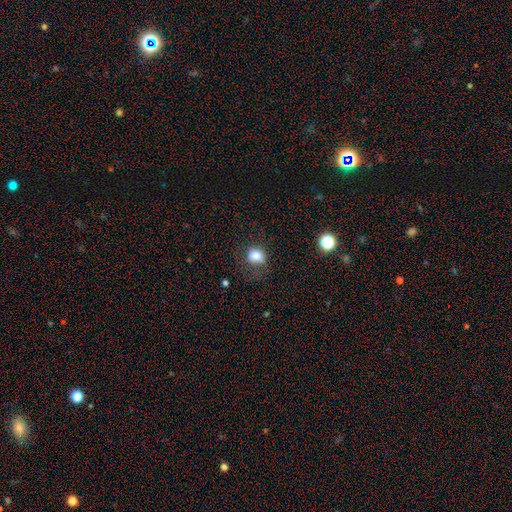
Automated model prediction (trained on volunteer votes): A smooth galaxy with no disk features (80%) that is round (63%).

Vote fractions:
- Smooth or featured? smooth: 80% / star or artifact: 12% / featured or disk: 8%
- How rounded? round: 63% / in between: 36% / cigar-shaped: 1%
- Merging? none: 60% / minor disturbance: 23% / major disturbance: 15% / merger: 2%